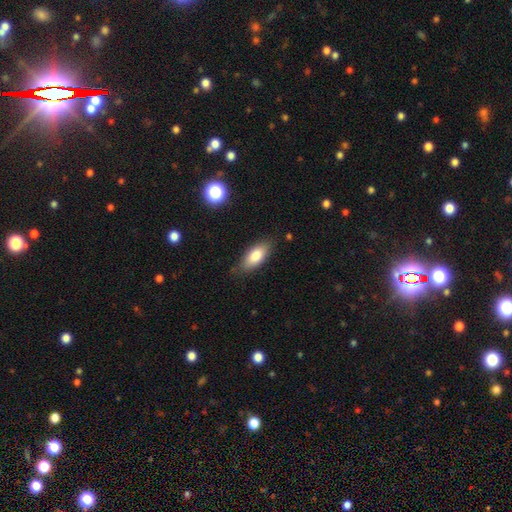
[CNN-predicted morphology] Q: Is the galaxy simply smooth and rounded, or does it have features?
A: smooth — 81%.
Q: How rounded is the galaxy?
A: in between — 83%.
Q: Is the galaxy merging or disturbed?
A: none — 80%.